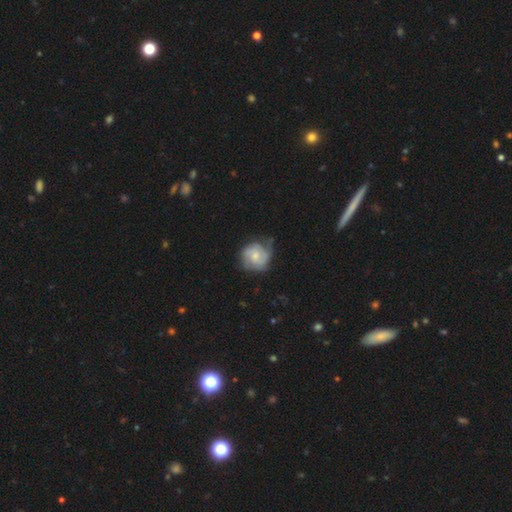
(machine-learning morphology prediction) This is likely a featured or disk galaxy (63%). It is clearly not viewed edge-on (98%). Bar: likely no (62%). Spiral arm pattern: clearly yes (88%). Spiral arm count: possibly 2 (47%). Spiral winding: possibly tight (53%). Central bulge: possibly moderate (46%). Merging: possibly none (55%).